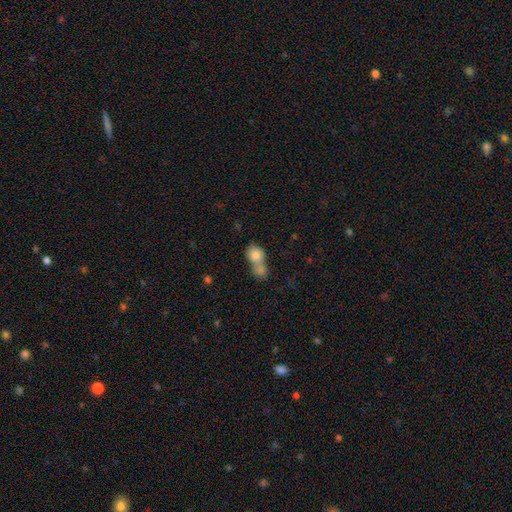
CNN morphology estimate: Q: Smooth or featured?
A: smooth (80%); runner-up: featured or disk (11%)
Q: How rounded?
A: round (61%); runner-up: in between (37%)
Q: Merging?
A: merger (71%); runner-up: none (20%)